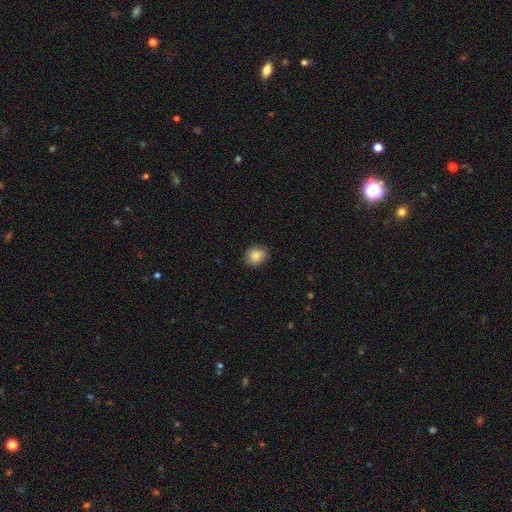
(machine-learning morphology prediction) Q: Smooth or featured?
A: smooth (86%); runner-up: star or artifact (9%)
Q: How rounded?
A: round (70%); runner-up: in between (29%)
Q: Merging?
A: none (85%); runner-up: minor disturbance (12%)